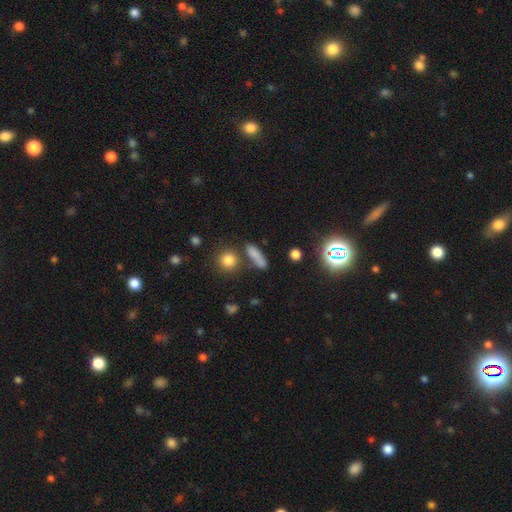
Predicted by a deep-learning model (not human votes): Smooth or featured? smooth (74%)
How rounded? cigar-shaped (55%)
Merging? none (66%)